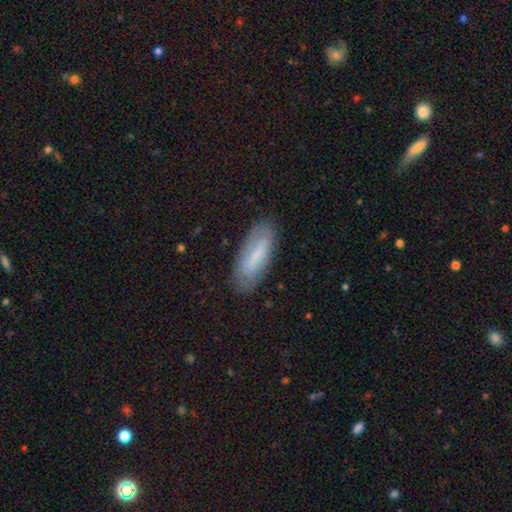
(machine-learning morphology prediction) This appears to be a smooth galaxy with no disk features (63%) that is in between round and cigar-shaped (55%). Merging: none (82%).